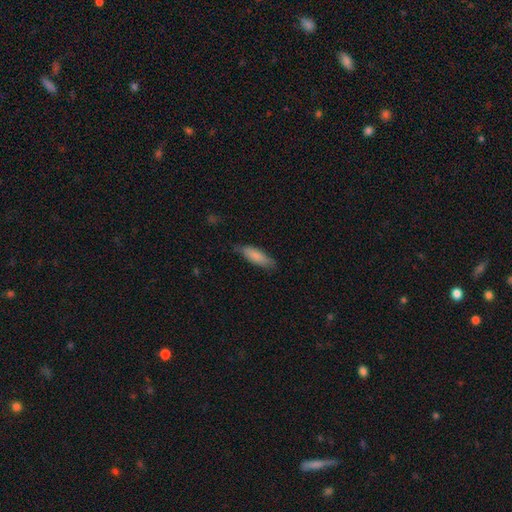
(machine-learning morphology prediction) The model was most divided on "how rounded": in between: 56%, cigar-shaped: 42%, round: 2%. More confident: smooth or featured — smooth (83%); merging — none (73%).